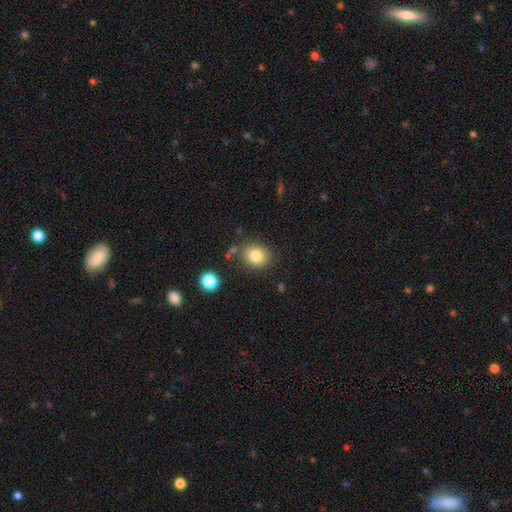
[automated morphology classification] Smooth or featured: smooth — 81% (star or artifact — 11%)
How rounded: round — 60% (in between — 39%)
Merging: none — 79% (minor disturbance — 12%)